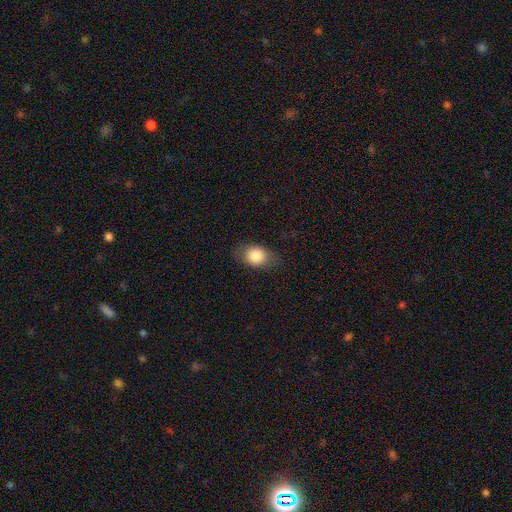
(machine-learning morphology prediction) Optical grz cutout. It shows a smooth galaxy with no disk features (82%) that is in between round and cigar-shaped (68%). Merging: none (78%).